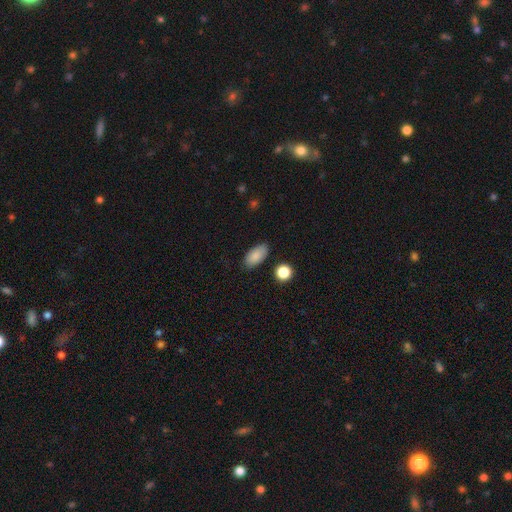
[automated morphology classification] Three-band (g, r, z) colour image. It shows a smooth galaxy with no disk features (86%) that is in between round and cigar-shaped (92%). Merging: none (84%).